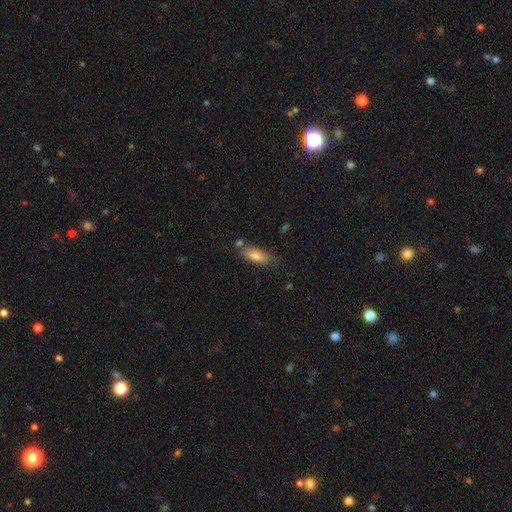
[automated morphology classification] smooth-or-featured: smooth: 80% | featured or disk: 12% | star or artifact: 8%
  how-rounded: in between: 81% | cigar-shaped: 16% | round: 3%
  merging: none: 69% | minor disturbance: 17% | merger: 10% | major disturbance: 4%